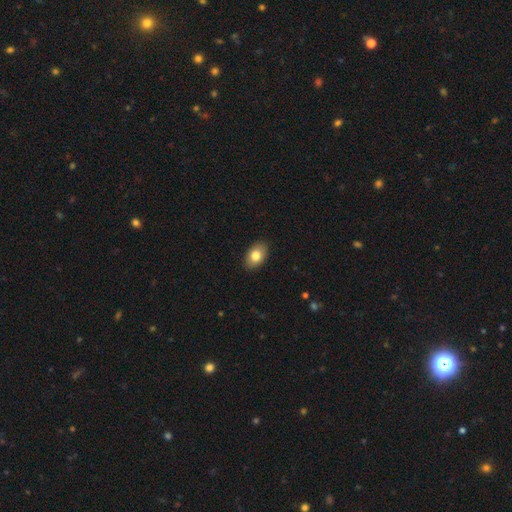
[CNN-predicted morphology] Overall: smooth (81%). How rounded: in between (88%). Merging: none (89%).